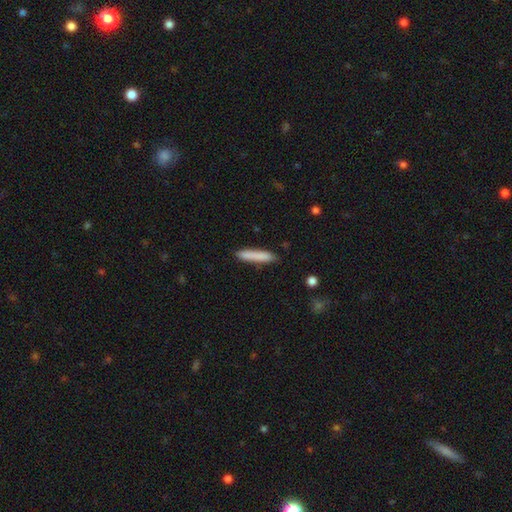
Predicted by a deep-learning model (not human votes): Smooth or featured? smooth (84%)
How rounded? cigar-shaped (91%)
Merging? none (86%)